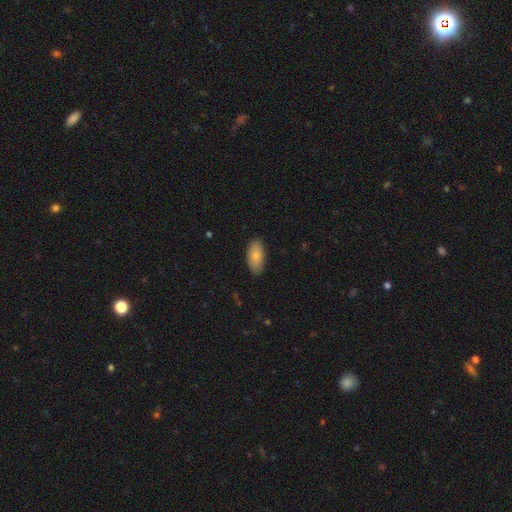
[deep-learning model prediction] smooth_or_featured: smooth (p=0.82) [alt: featured or disk p=0.11]
how_rounded: in between (p=0.91) [alt: cigar-shaped p=0.07]
merging: none (p=0.87) [alt: minor disturbance p=0.10]